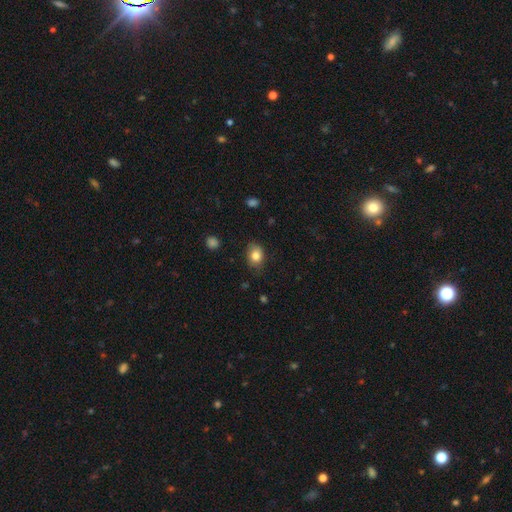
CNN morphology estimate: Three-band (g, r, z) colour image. It shows a smooth galaxy with no disk features (83%) that is in between round and cigar-shaped (65%). Merging: none (76%).